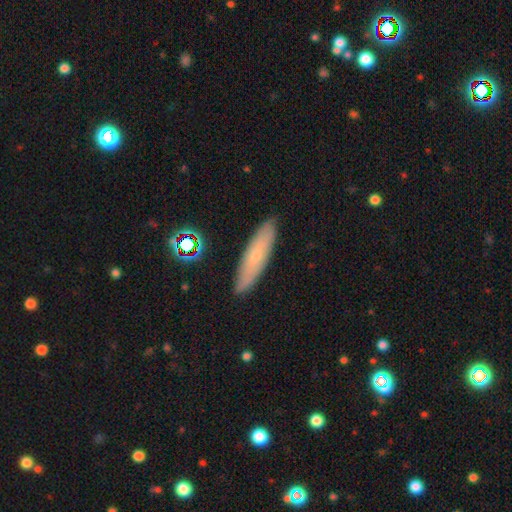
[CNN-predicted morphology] The model was most divided on "smooth or featured": smooth: 57%, featured or disk: 33%, star or artifact: 9%. More confident: merging — none (88%); how rounded — cigar-shaped (74%).